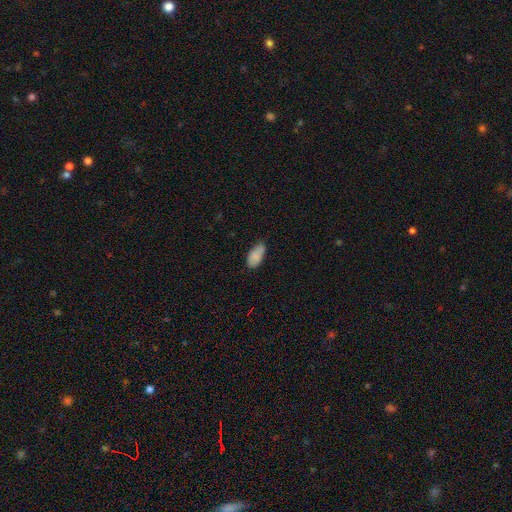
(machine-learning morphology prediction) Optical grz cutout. It shows a smooth galaxy with no disk features (85%) that is in between round and cigar-shaped (93%). Merging: none (59%).